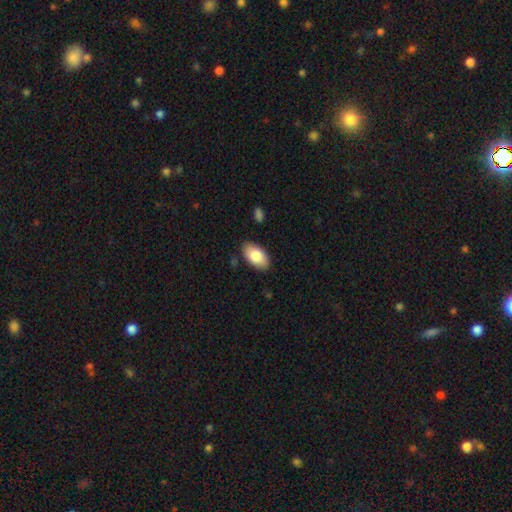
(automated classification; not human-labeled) This is clearly a smooth galaxy (83%). How rounded: clearly in between (95%). Merging: clearly none (86%).